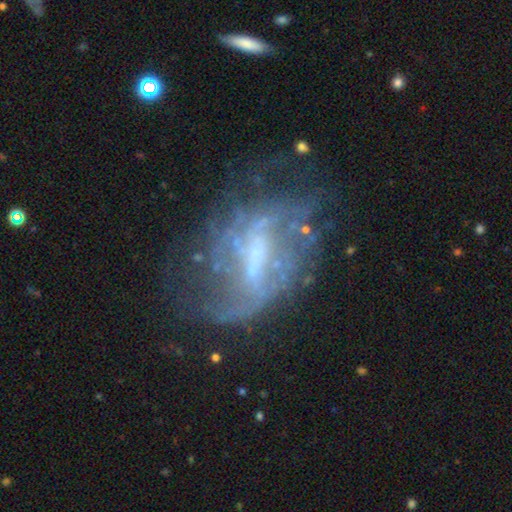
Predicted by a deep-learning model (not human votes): A featured or disk galaxy (78%) with a weak bar (46%), loose (43%) spiral arms (67%) and a small central bulge (39%). Merging: none (46%).